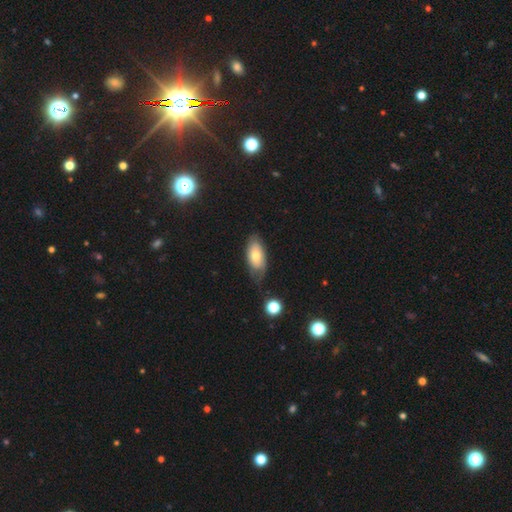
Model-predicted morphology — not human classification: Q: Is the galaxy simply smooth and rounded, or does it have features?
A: smooth — 67%.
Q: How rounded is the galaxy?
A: in between — 91%.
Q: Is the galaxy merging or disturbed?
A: none — 58%.